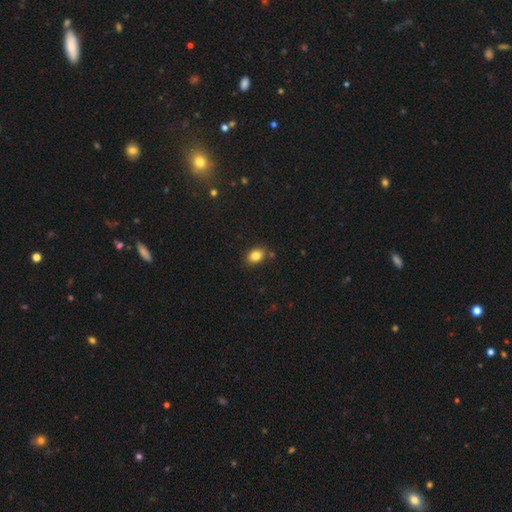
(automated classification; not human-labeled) smooth 84%, star or artifact 9%, featured or disk 6%. Down the decision tree: how rounded — in between (70%); merging — none (82%).